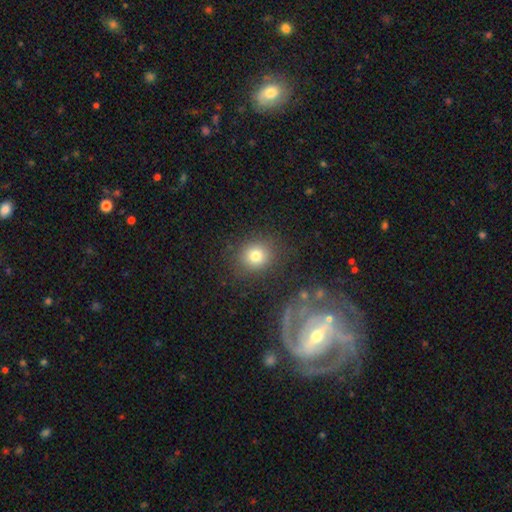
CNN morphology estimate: This is likely a smooth galaxy (78%). How rounded: likely round (77%). Merging: clearly none (82%).